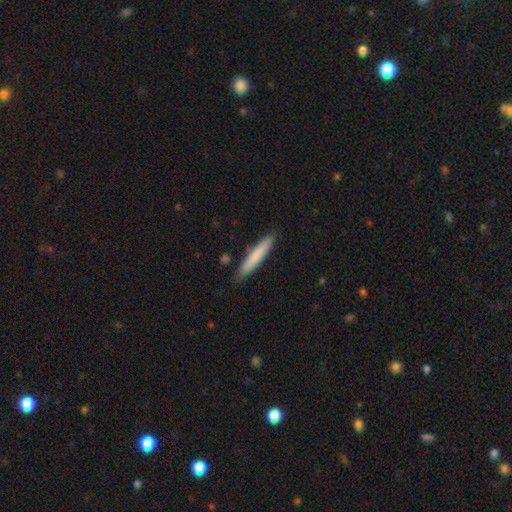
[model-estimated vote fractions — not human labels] Smooth or featured? Predicted: smooth (p=0.75). How rounded? Predicted: cigar-shaped (p=0.94). Merging? Predicted: none (p=0.88).